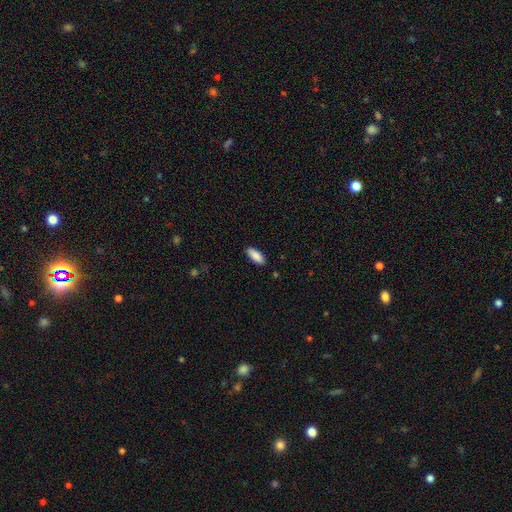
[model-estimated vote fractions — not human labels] Smooth or featured? Predicted: smooth (p=0.88). How rounded? Predicted: in between (p=0.76). Merging? Predicted: none (p=0.88).